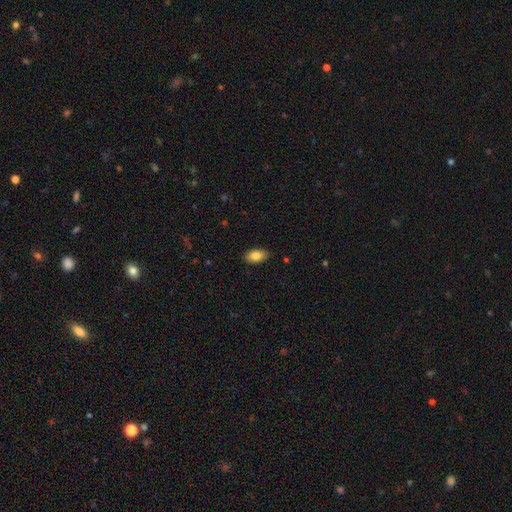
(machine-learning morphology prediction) A smooth galaxy with no disk features (85%) that is in between round and cigar-shaped (92%).

Vote fractions:
- Smooth or featured? smooth: 85% / featured or disk: 8% / star or artifact: 8%
- How rounded? in between: 92% / round: 5% / cigar-shaped: 3%
- Merging? none: 87% / minor disturbance: 10% / major disturbance: 2% / merger: 1%